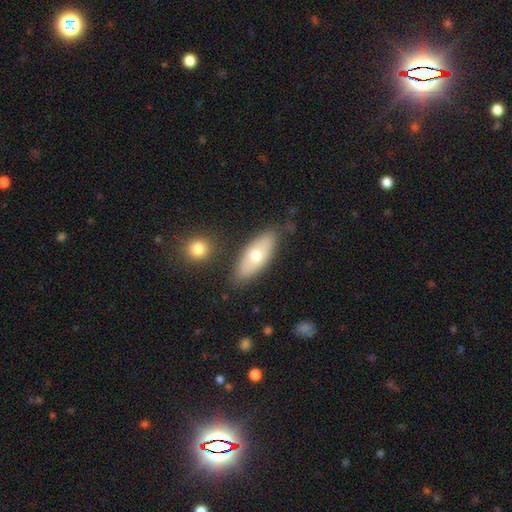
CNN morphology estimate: Q: Smooth or featured?
A: smooth (64%); runner-up: featured or disk (30%)
Q: How rounded?
A: in between (74%); runner-up: cigar-shaped (24%)
Q: Merging?
A: none (79%); runner-up: minor disturbance (14%)